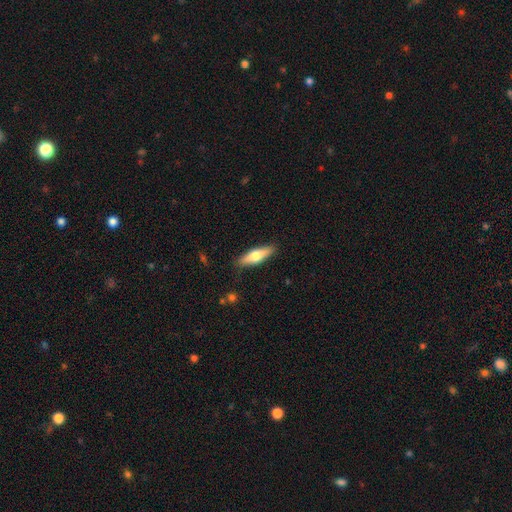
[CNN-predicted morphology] smooth_or_featured: smooth (p=0.58) [alt: featured or disk p=0.37]
how_rounded: cigar-shaped (p=0.59) [alt: in between p=0.39]
merging: none (p=0.87) [alt: minor disturbance p=0.09]